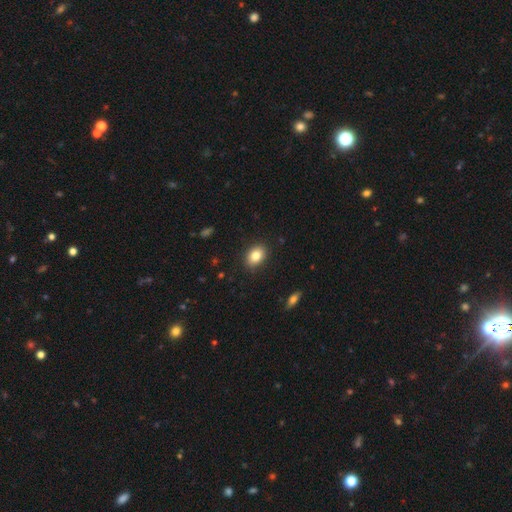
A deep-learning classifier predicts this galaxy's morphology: smooth-or-featured: smooth: 83% | star or artifact: 9% | featured or disk: 9%
  how-rounded: in between: 74% | round: 25% | cigar-shaped: 1%
  merging: none: 87% | minor disturbance: 9% | major disturbance: 2% | merger: 1%